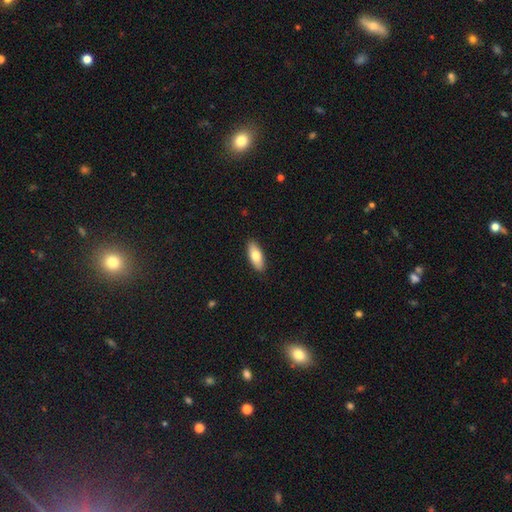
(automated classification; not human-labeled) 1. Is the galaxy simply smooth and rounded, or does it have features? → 73% smooth, 21% featured or disk, 6% star or artifact.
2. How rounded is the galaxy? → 78% in between, 20% cigar-shaped, 2% round.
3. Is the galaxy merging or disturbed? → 90% none, 8% minor disturbance, 2% major disturbance, 1% merger.